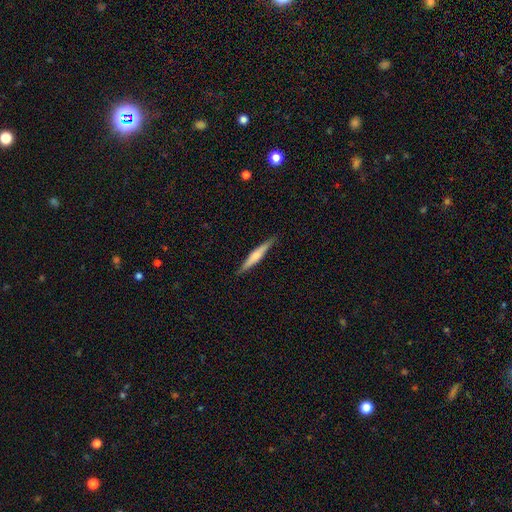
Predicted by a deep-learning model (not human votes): This is possibly a featured or disk galaxy (49%). Merging: clearly none (90%).